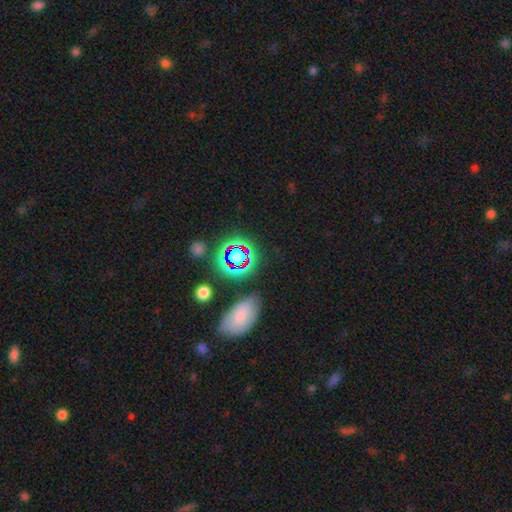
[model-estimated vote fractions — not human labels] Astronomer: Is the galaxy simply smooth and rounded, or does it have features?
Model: star or artifact — 58%.